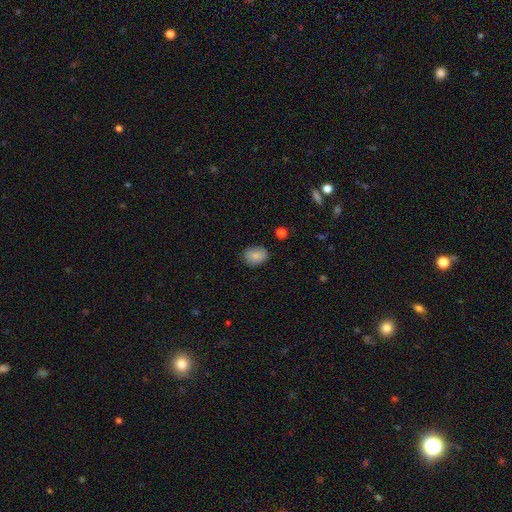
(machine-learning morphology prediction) type=smooth (85%); roundness=in between (59%); merging=none (81%).